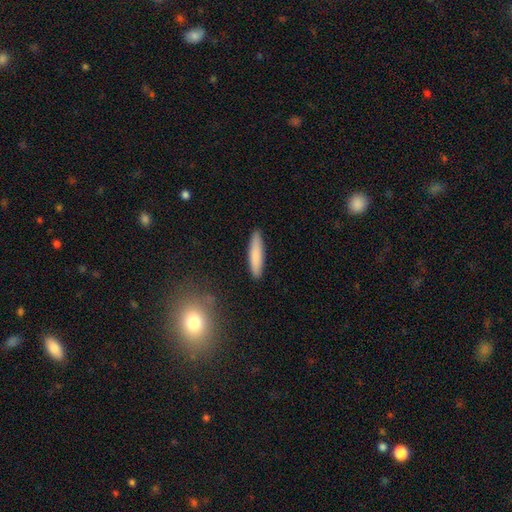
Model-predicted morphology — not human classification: Overall: smooth (81%). How rounded: cigar-shaped (85%). Merging: none (90%).